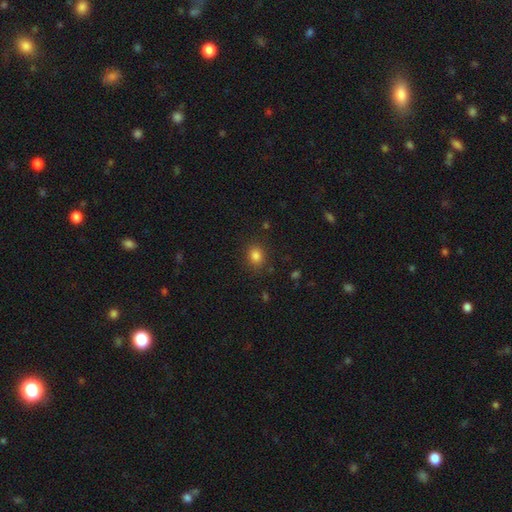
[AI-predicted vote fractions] Smooth or featured? Predicted: smooth (p=0.83). How rounded? Predicted: round (p=0.56). Merging? Predicted: none (p=0.84).